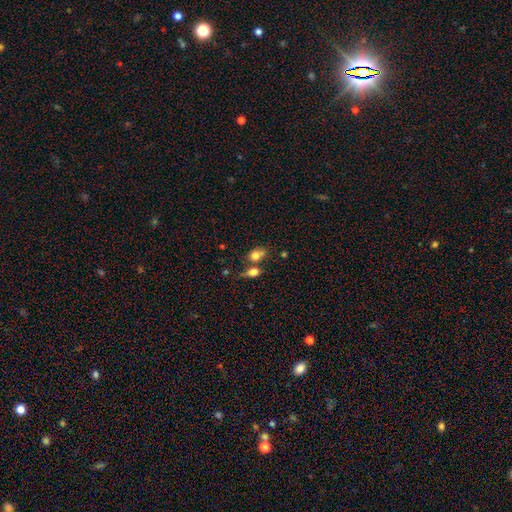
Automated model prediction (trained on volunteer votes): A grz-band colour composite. It shows a smooth galaxy with no disk features (77%) that is in between round and cigar-shaped (67%). Merging: none (41%).